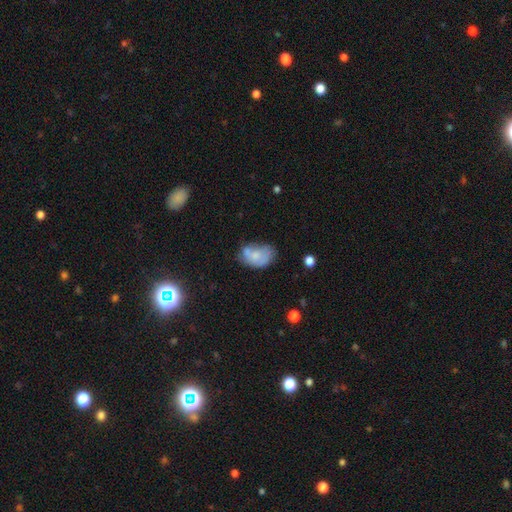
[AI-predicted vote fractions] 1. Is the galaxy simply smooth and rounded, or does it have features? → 63% smooth, 28% featured or disk, 9% star or artifact.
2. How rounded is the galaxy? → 85% in between, 13% round, 1% cigar-shaped.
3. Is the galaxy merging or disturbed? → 38% none, 32% minor disturbance, 15% major disturbance, 15% merger.